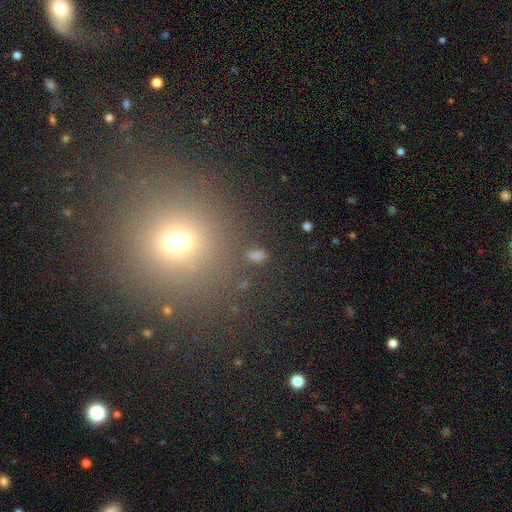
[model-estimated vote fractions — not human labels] Smooth or featured? Predicted: smooth (p=0.53). How rounded? Predicted: round (p=0.89). Merging? Predicted: none (p=0.84).